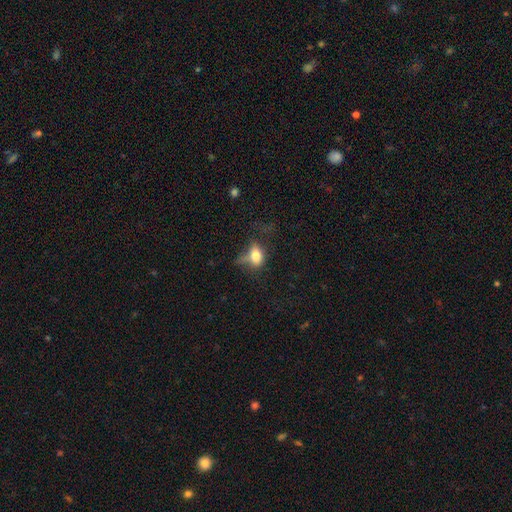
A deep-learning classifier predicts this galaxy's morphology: Q: Smooth or featured?
A: smooth (74%); runner-up: featured or disk (15%)
Q: How rounded?
A: in between (76%); runner-up: round (20%)
Q: Merging?
A: none (33%); runner-up: major disturbance (32%)